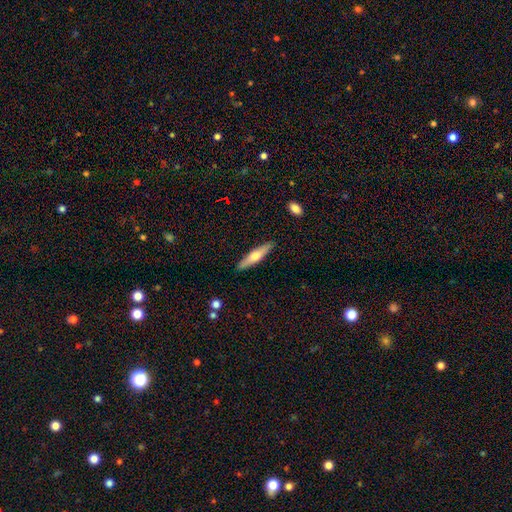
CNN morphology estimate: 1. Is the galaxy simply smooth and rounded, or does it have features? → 49% featured or disk, 46% smooth, 6% star or artifact.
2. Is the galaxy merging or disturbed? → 90% none, 7% minor disturbance, 2% major disturbance, 1% merger.